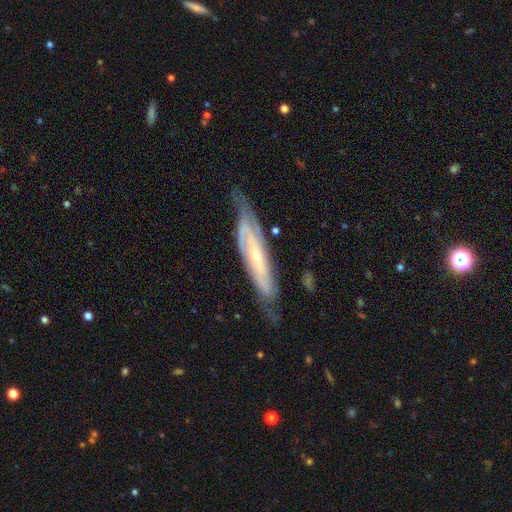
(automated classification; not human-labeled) smooth-or-featured: featured or disk: 79% | smooth: 15% | star or artifact: 6%
  disk-edge-on: no: 63% | yes: 37%
  merging: none: 67% | minor disturbance: 23% | major disturbance: 8% | merger: 2%